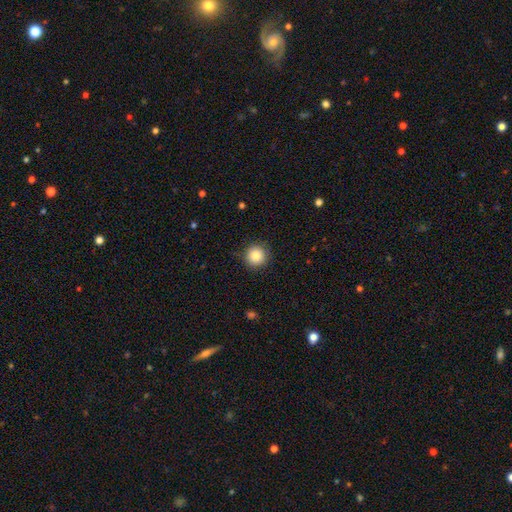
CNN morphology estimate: This appears to be a smooth galaxy with no disk features (84%) that is round (95%). Merging: none (88%).